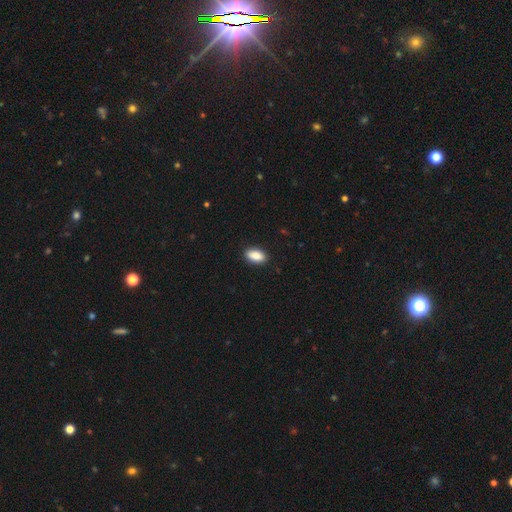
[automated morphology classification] Smooth or featured? smooth (89%)
How rounded? in between (92%)
Merging? none (90%)